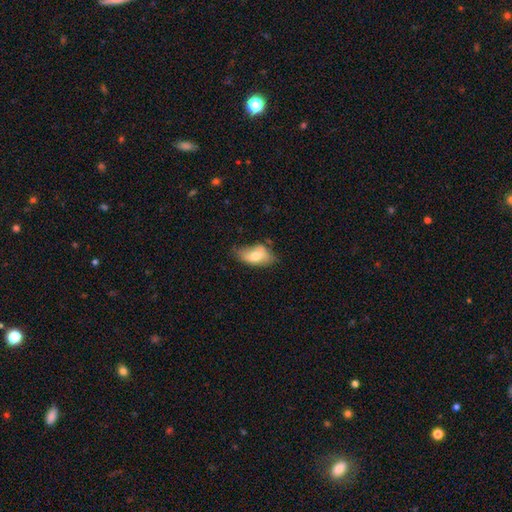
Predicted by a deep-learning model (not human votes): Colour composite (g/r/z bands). It shows a smooth galaxy with no disk features (68%) that is in between round and cigar-shaped (92%). Merging: none (53%).